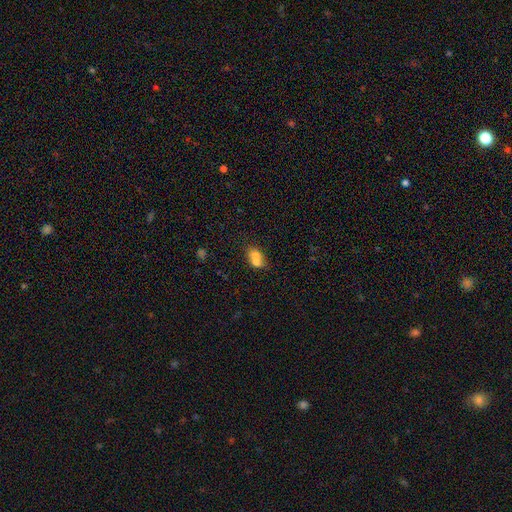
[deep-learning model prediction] A smooth galaxy with no disk features (68%) that is in between round and cigar-shaped (51%). Merging: merger (65%).